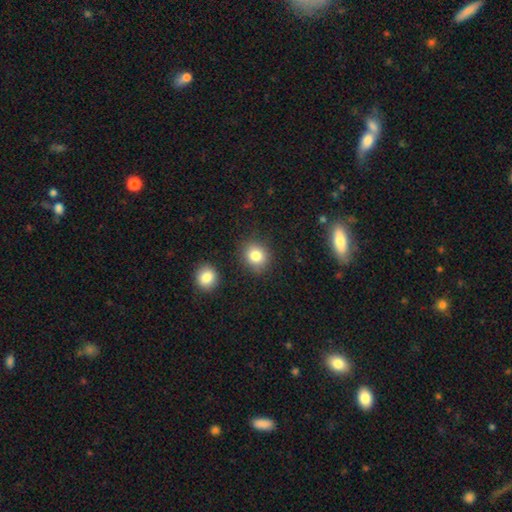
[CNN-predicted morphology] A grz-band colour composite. It shows a smooth galaxy with no disk features (82%) that is round (73%). Merging: none (83%).